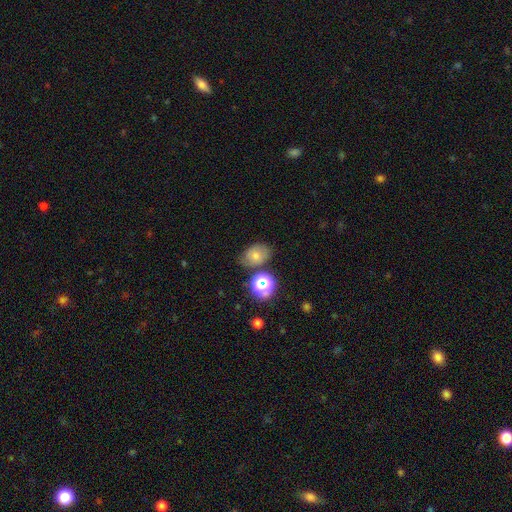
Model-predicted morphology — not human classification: A smooth galaxy with no disk features (51%) that is in between round and cigar-shaped (55%).

Vote fractions:
- Smooth or featured? smooth: 51% / star or artifact: 29% / featured or disk: 20%
- How rounded? in between: 55% / round: 43% / cigar-shaped: 1%
- Merging? none: 72% / minor disturbance: 15% / merger: 8% / major disturbance: 5%